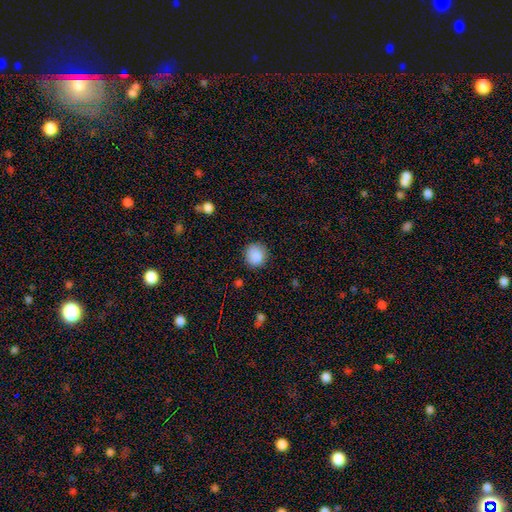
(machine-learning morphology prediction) Smooth or featured?
  - smooth: 88% *
  - star or artifact: 9%
  - featured or disk: 4%
How rounded?
  - round: 88% *
  - in between: 11%
  - cigar-shaped: 1%
Merging?
  - none: 84% *
  - minor disturbance: 12%
  - major disturbance: 3%
  - merger: 1%